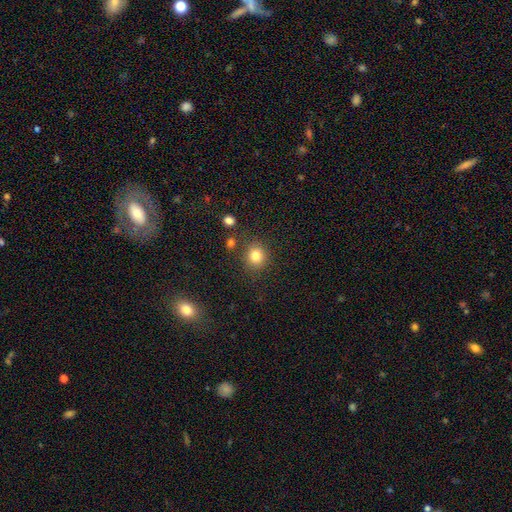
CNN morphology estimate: A smooth galaxy with no disk features (82%) that is round (84%).

Vote fractions:
- Smooth or featured? smooth: 82% / star or artifact: 12% / featured or disk: 6%
- How rounded? round: 84% / in between: 15% / cigar-shaped: 1%
- Merging? none: 82% / minor disturbance: 10% / merger: 4% / major disturbance: 4%